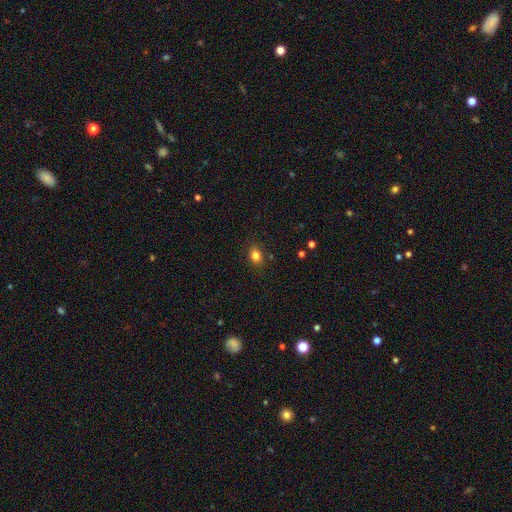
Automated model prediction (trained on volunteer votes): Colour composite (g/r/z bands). It shows a smooth galaxy with no disk features (83%) that is in between round and cigar-shaped (61%). Merging: none (85%).